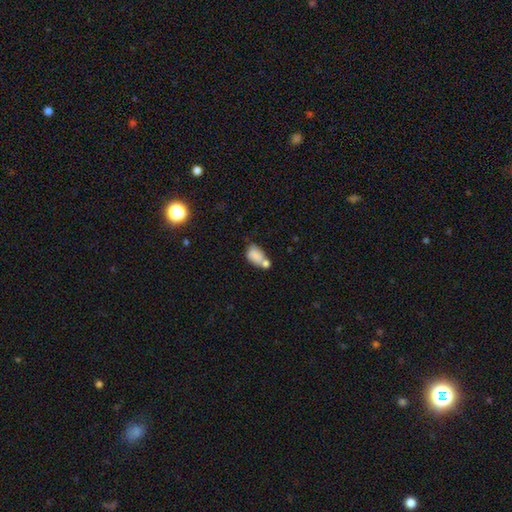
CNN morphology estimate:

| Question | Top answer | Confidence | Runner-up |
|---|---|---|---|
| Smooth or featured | smooth | 79% | featured or disk (12%) |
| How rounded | in between | 84% | round (14%) |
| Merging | merger | 45% | none (29%) |